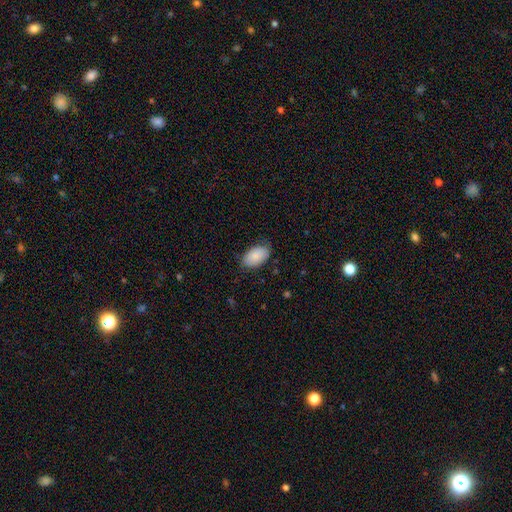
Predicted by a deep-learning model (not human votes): The model was most divided on "merging": none: 77%, minor disturbance: 18%, major disturbance: 3%, merger: 1%. More confident: how rounded — in between (95%); smooth or featured — smooth (88%).